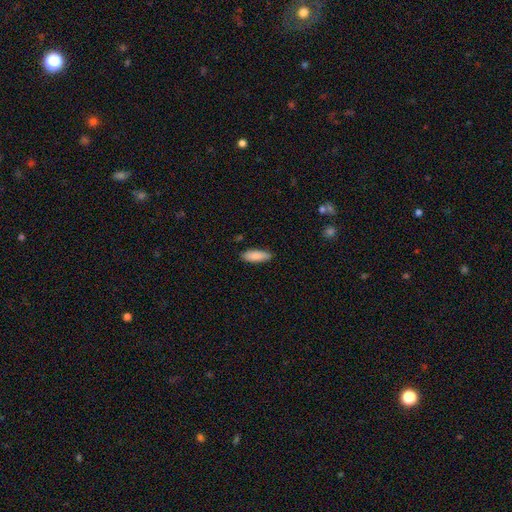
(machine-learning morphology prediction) Smooth or featured? smooth (88%)
How rounded? in between (61%)
Merging? none (86%)